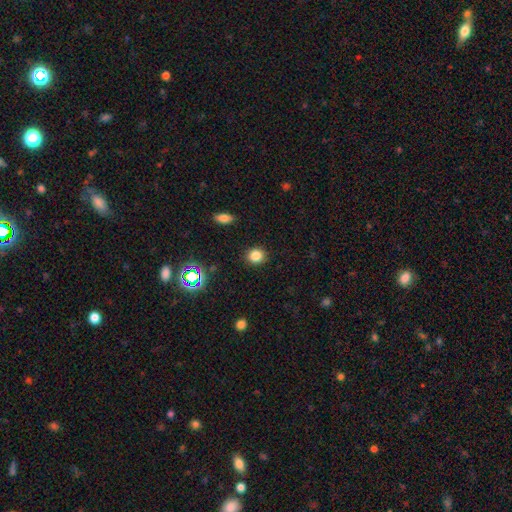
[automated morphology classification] Overall: smooth (81%). How rounded: round (77%). Merging: none (90%).